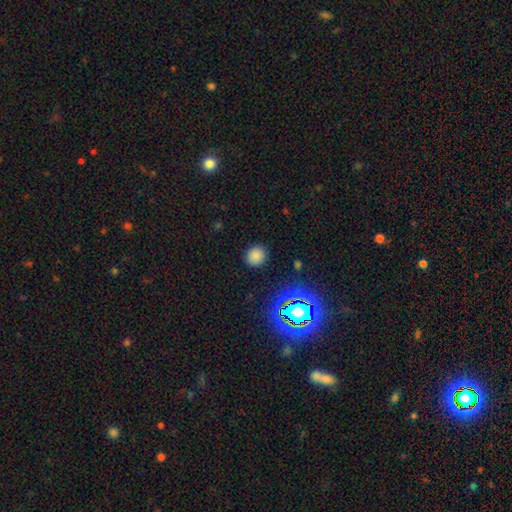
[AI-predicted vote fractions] Q: Smooth or featured?
A: smooth (79%); runner-up: star or artifact (17%)
Q: How rounded?
A: round (88%); runner-up: in between (11%)
Q: Merging?
A: none (88%); runner-up: minor disturbance (8%)